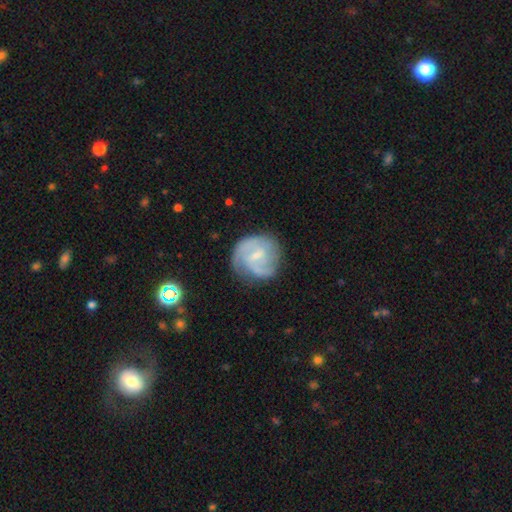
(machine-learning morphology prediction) Smooth or featured?
  - featured or disk: 73% *
  - smooth: 21%
  - star or artifact: 6%
Edge-on disk?
  - no: 98% *
  - yes: 2%
Bar?
  - weak: 58% *
  - no: 27%
  - strong: 15%
Spiral arms?
  - yes: 90% *
  - no: 10%
Spiral winding?
  - medium: 44% *
  - tight: 36%
  - loose: 20%
Spiral arm count?
  - 2: 50% *
  - can't tell: 22%
  - 3: 14%
  - 1: 9%
  - 4: 3%
  - more than 4: 3%
Bulge size?
  - small: 60% *
  - moderate: 24%
  - none: 13%
  - large: 1%
  - dominant: 1%
Merging?
  - none: 63% *
  - minor disturbance: 23%
  - major disturbance: 12%
  - merger: 2%